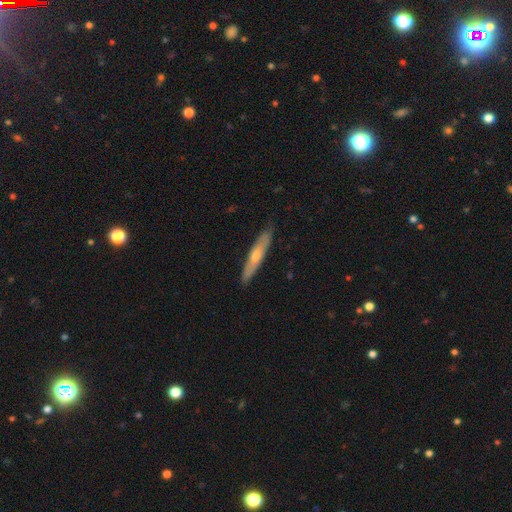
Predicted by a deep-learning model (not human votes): This is possibly a featured or disk galaxy (49%). Merging: clearly none (85%).